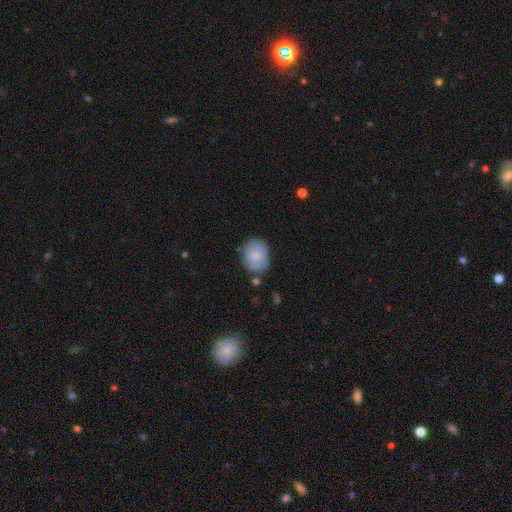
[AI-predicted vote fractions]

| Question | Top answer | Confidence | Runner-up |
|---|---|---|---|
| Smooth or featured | smooth | 78% | featured or disk (16%) |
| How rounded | round | 53% | in between (46%) |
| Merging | none | 67% | minor disturbance (23%) |